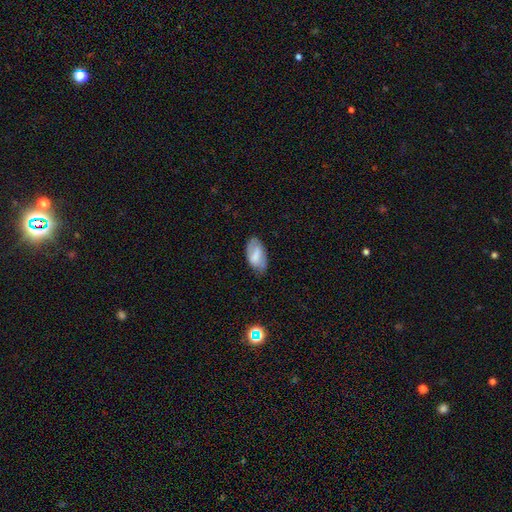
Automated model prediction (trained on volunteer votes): Smooth or featured?
  - smooth: 59% *
  - featured or disk: 33%
  - star or artifact: 8%
How rounded?
  - in between: 93% *
  - round: 4%
  - cigar-shaped: 3%
Merging?
  - none: 68% *
  - minor disturbance: 25%
  - major disturbance: 6%
  - merger: 1%